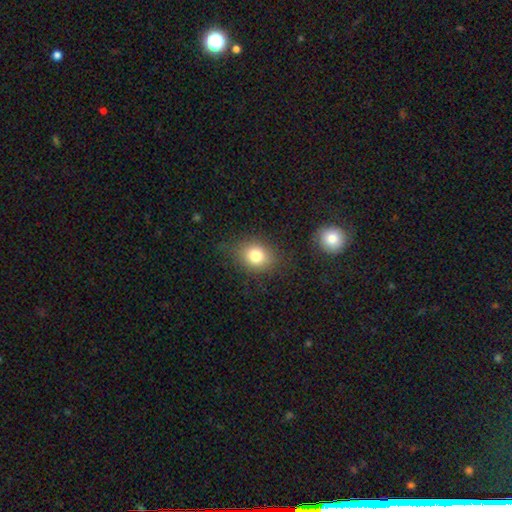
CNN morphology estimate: smooth 78%, star or artifact 12%, featured or disk 11%. Down the decision tree: how rounded — round (54%); merging — none (76%).